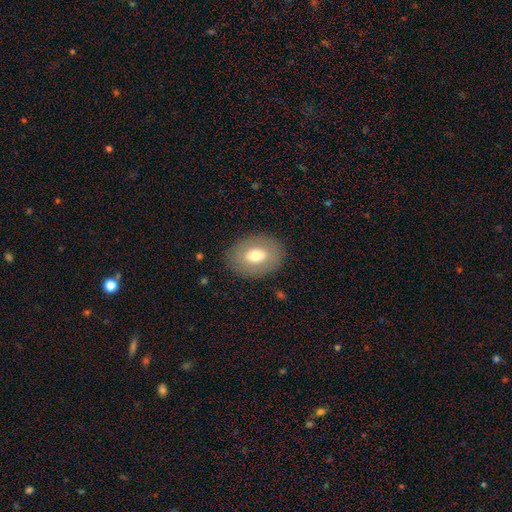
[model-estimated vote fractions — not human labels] Q: Smooth or featured?
A: smooth (66%); runner-up: featured or disk (26%)
Q: How rounded?
A: in between (72%); runner-up: round (27%)
Q: Merging?
A: none (85%); runner-up: minor disturbance (10%)